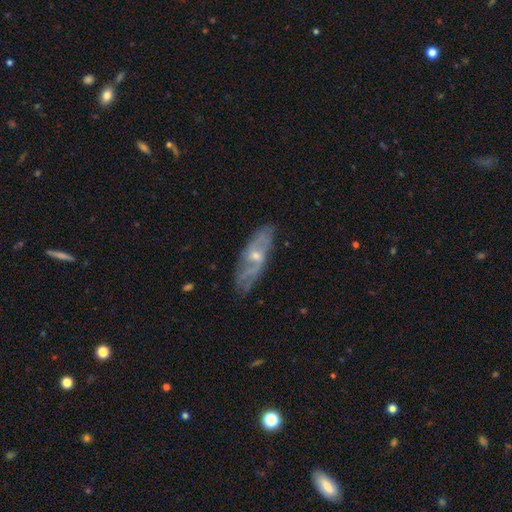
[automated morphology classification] smooth_or_featured: featured or disk (p=0.68) [alt: smooth p=0.25]
disk_edge_on: no (p=0.75) [alt: yes p=0.25]
bar: no (p=0.58) [alt: weak p=0.35]
has_spiral_arms: yes (p=0.71) [alt: no p=0.29]
bulge_size: small (p=0.52) [alt: moderate p=0.44]
merging: none (p=0.73) [alt: minor disturbance p=0.20]